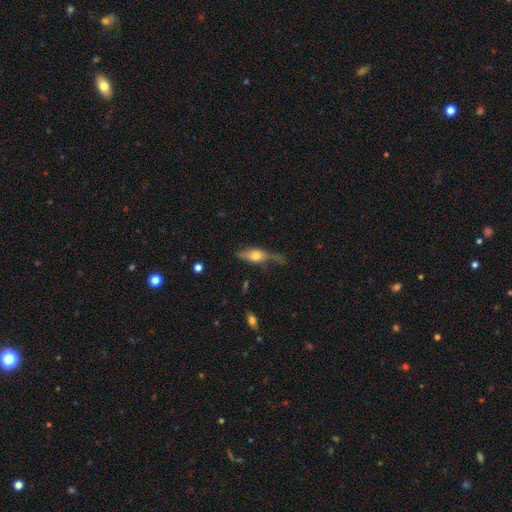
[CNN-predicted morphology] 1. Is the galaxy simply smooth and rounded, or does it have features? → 48% smooth, 45% featured or disk, 7% star or artifact.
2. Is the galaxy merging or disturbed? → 40% none, 32% minor disturbance, 24% major disturbance, 4% merger.